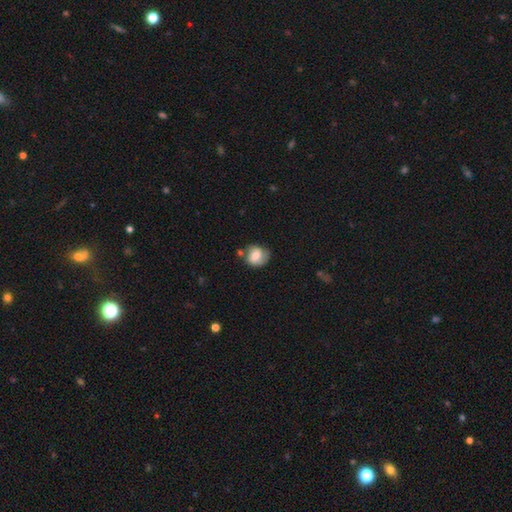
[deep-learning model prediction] This is possibly a smooth galaxy (57%). How rounded: likely round (70%). Merging: possibly none (55%).